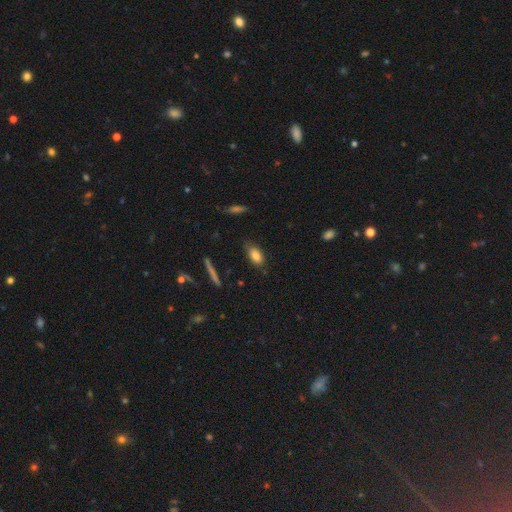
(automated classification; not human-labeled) smooth-or-featured: smooth: 83% | featured or disk: 9% | star or artifact: 8%
  how-rounded: in between: 86% | cigar-shaped: 8% | round: 5%
  merging: none: 76% | minor disturbance: 18% | major disturbance: 4% | merger: 2%